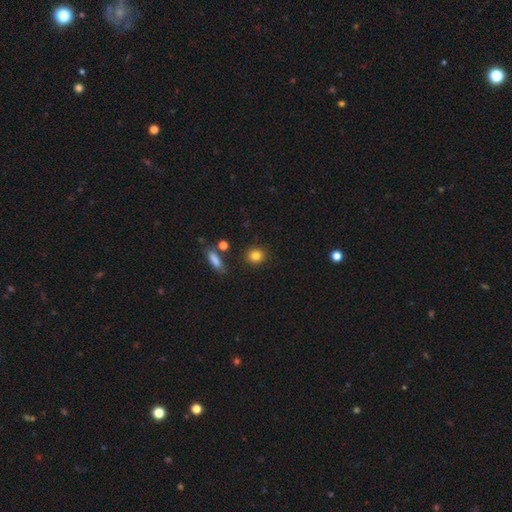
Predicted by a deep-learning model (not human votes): smooth 83%, star or artifact 11%, featured or disk 6%. Down the decision tree: how rounded — round (81%); merging — none (86%).